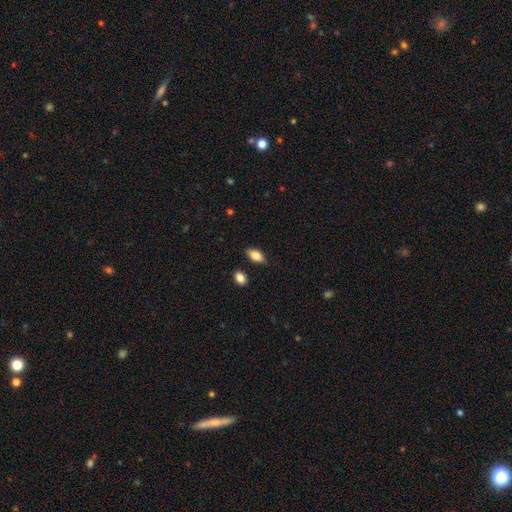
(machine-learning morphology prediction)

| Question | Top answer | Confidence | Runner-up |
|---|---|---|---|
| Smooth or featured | smooth | 81% | featured or disk (12%) |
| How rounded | in between | 89% | cigar-shaped (7%) |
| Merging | none | 84% | minor disturbance (11%) |